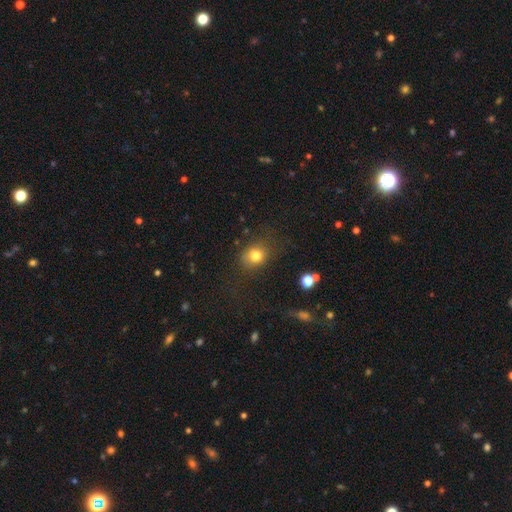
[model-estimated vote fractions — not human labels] This is likely a smooth galaxy (78%). How rounded: likely round (63%). Merging: likely none (70%).